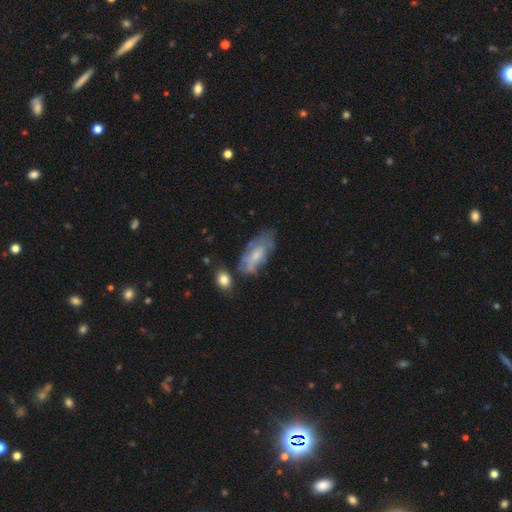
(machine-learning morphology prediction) smooth-or-featured: smooth: 54% | featured or disk: 39% | star or artifact: 7%
  how-rounded: in between: 86% | cigar-shaped: 11% | round: 3%
  merging: none: 45% | minor disturbance: 31% | major disturbance: 16% | merger: 8%